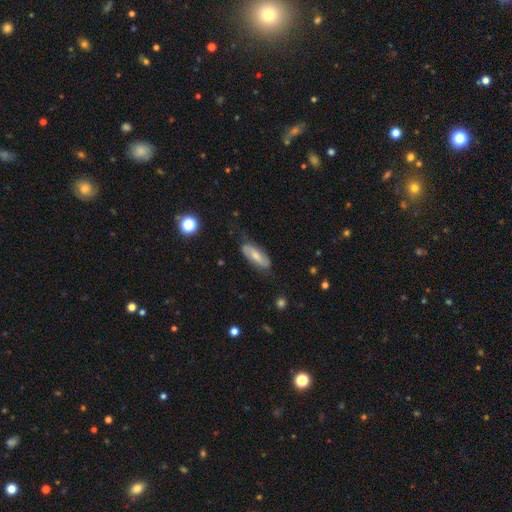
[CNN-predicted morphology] The model was most divided on "smooth or featured": smooth: 50%, featured or disk: 44%, star or artifact: 7%. More confident: merging — none (74%).